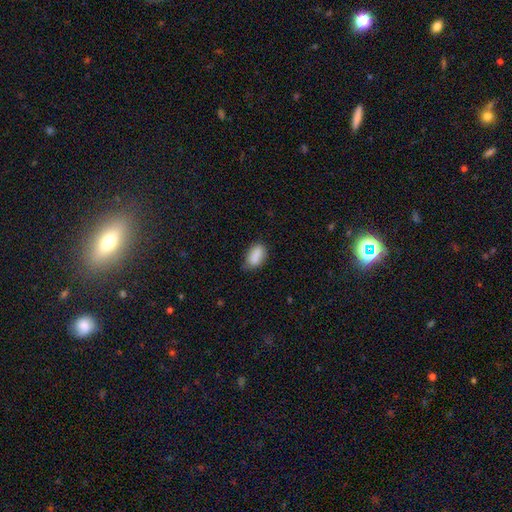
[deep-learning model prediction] smooth-or-featured: smooth: 87% | star or artifact: 7% | featured or disk: 5%
  how-rounded: in between: 91% | round: 5% | cigar-shaped: 4%
  merging: none: 63% | minor disturbance: 29% | major disturbance: 5% | merger: 2%